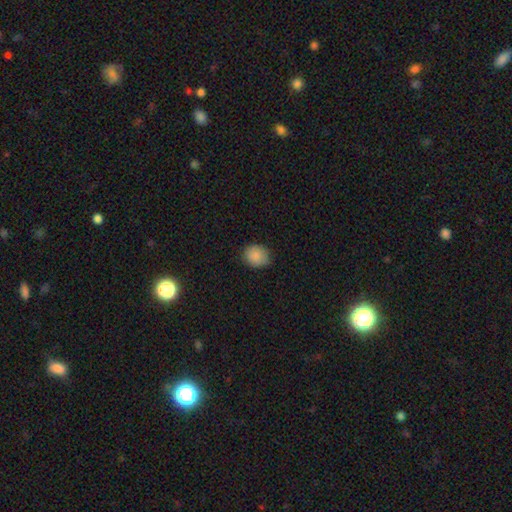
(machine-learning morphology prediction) Overall: smooth (87%). How rounded: round (68%; in between 31%). Merging: none (83%).